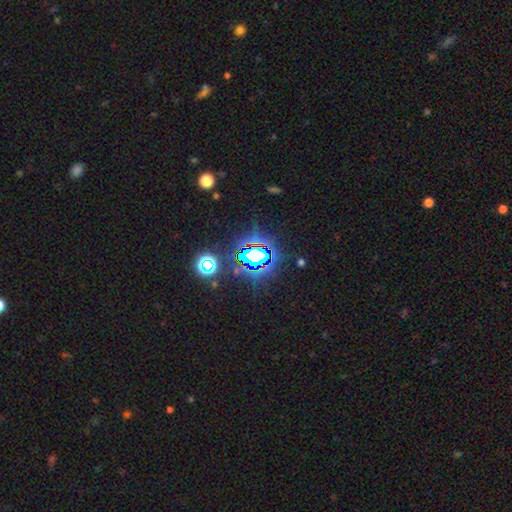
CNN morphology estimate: Smooth or featured?
  - star or artifact: 74% *
  - smooth: 14%
  - featured or disk: 11%